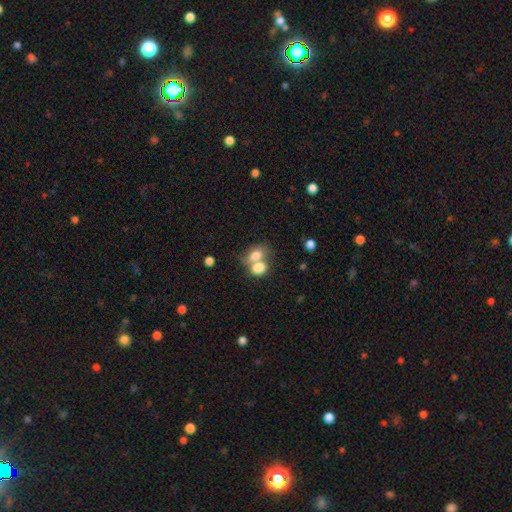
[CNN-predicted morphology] smooth-or-featured: smooth: 77% | featured or disk: 14% | star or artifact: 9%
  how-rounded: in between: 66% | round: 32% | cigar-shaped: 1%
  merging: merger: 62% | none: 26% | minor disturbance: 8% | major disturbance: 5%